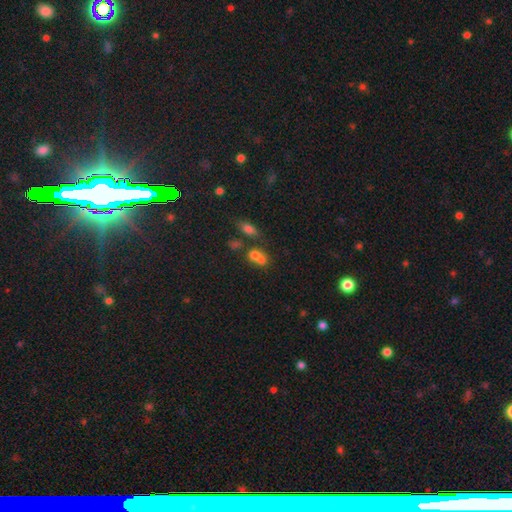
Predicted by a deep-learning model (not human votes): A smooth galaxy with no disk features (69%) that is round (55%). Merging: merger (60%).